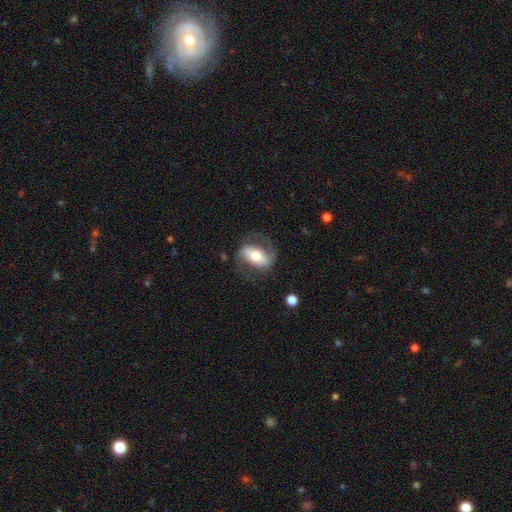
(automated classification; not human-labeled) Smooth or featured? Predicted: featured or disk (p=0.59). Edge-on disk? Predicted: no (p=0.92). Bar? Predicted: strong (p=0.43). Spiral arms? Predicted: yes (p=0.72). Bulge size? Predicted: moderate (p=0.66). Merging? Predicted: none (p=0.66).